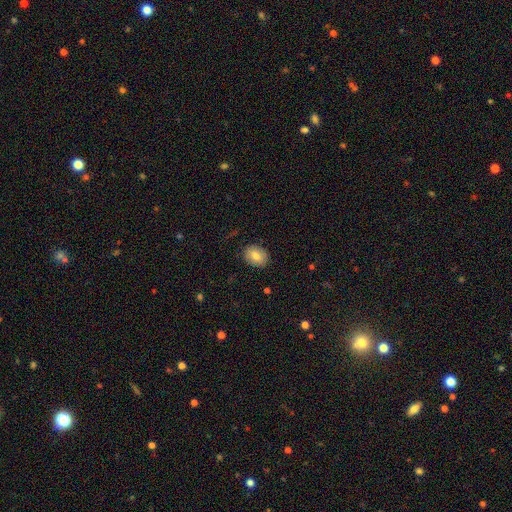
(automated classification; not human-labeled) Overall: smooth (80%). How rounded: in between (64%; round 35%). Merging: none (86%).